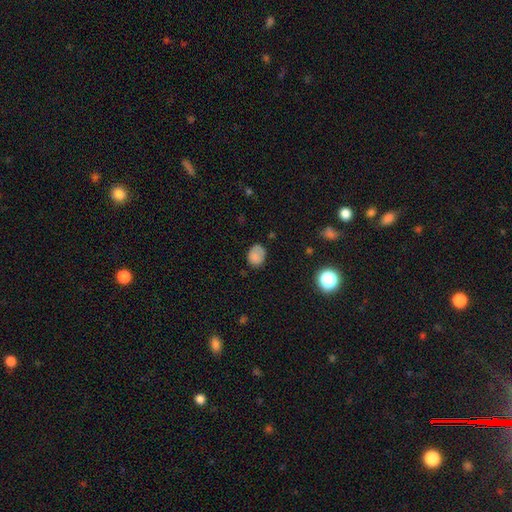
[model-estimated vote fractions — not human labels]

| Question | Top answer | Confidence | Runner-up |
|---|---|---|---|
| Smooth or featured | smooth | 81% | star or artifact (11%) |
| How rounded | in between | 50% | round (49%) |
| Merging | none | 68% | minor disturbance (24%) |